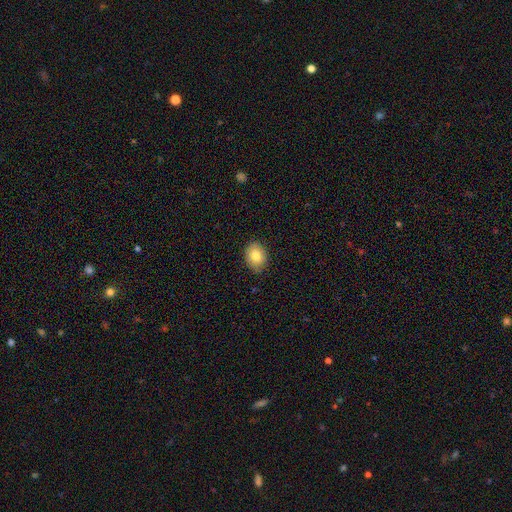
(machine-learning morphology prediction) type=smooth (80%); roundness=in between (60%); merging=none (85%).